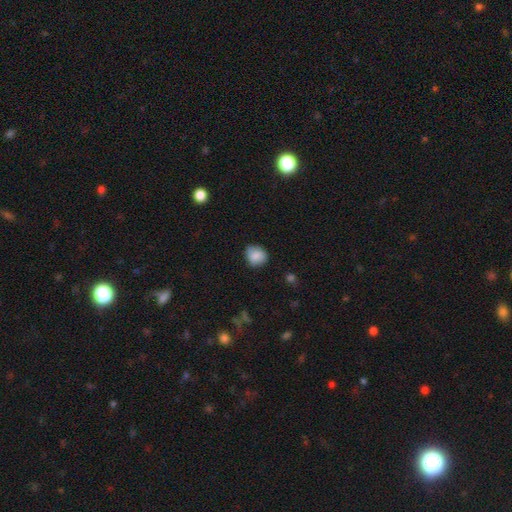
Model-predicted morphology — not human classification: A smooth galaxy with no disk features (84%) that is round (77%).

Vote fractions:
- Smooth or featured? smooth: 84% / featured or disk: 8% / star or artifact: 8%
- How rounded? round: 77% / in between: 22% / cigar-shaped: 1%
- Merging? none: 79% / minor disturbance: 17% / major disturbance: 3% / merger: 1%